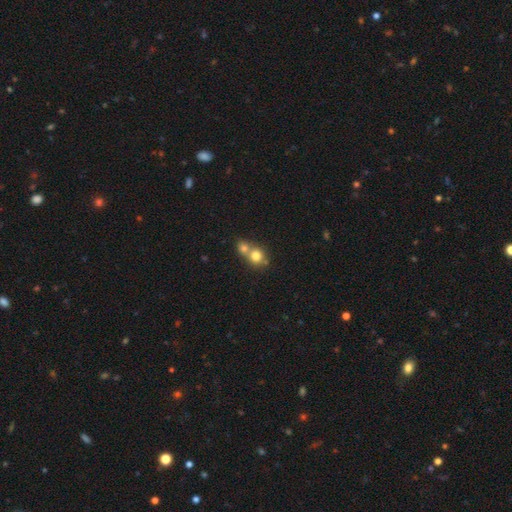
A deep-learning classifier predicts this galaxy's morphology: A smooth galaxy with no disk features (76%) that is round (81%). Merging: merger (63%).